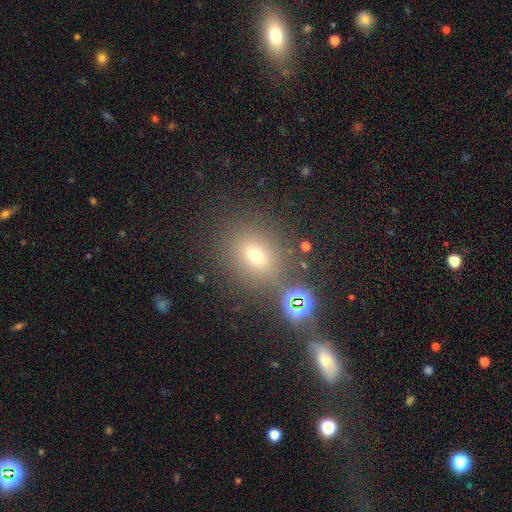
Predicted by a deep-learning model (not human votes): Q: Smooth or featured?
A: smooth (61%); runner-up: star or artifact (25%)
Q: How rounded?
A: round (65%); runner-up: in between (33%)
Q: Merging?
A: none (78%); runner-up: minor disturbance (10%)